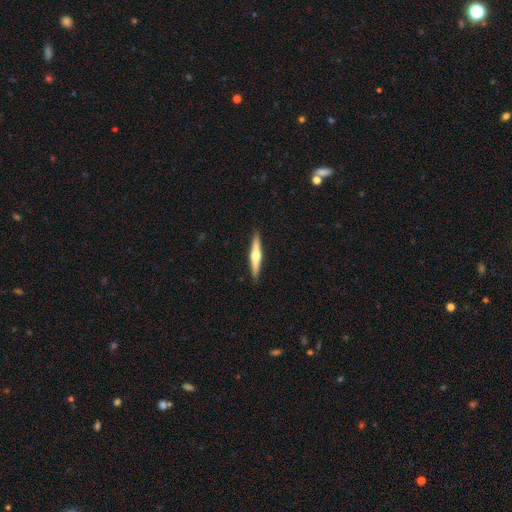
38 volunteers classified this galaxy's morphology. type=featured or disk (55%); edge-on=yes (95%); edge-on bulge=rounded (100%); merging=none (95%).